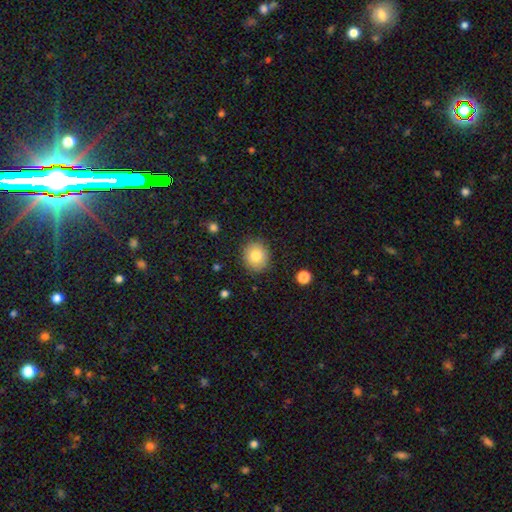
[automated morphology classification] smooth-or-featured: smooth: 80% | featured or disk: 11% | star or artifact: 10%
  how-rounded: round: 78% | in between: 21% | cigar-shaped: 1%
  merging: none: 87% | minor disturbance: 9% | major disturbance: 3% | merger: 1%